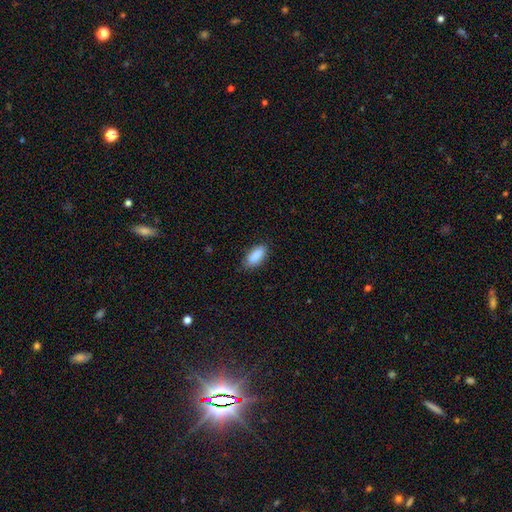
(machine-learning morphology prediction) Q: Smooth or featured?
A: smooth (88%); runner-up: star or artifact (7%)
Q: How rounded?
A: in between (79%); runner-up: cigar-shaped (19%)
Q: Merging?
A: none (82%); runner-up: minor disturbance (14%)